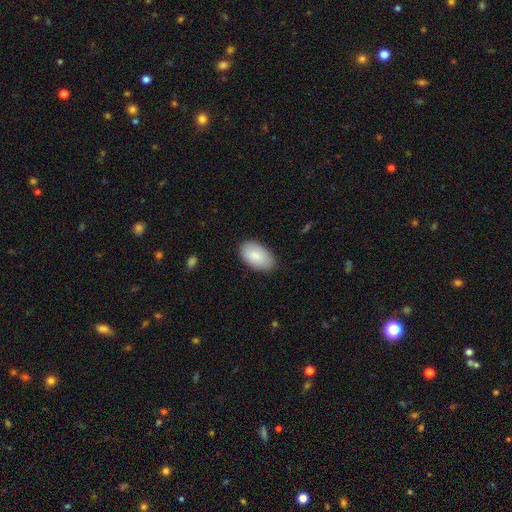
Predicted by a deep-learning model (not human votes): Smooth or featured? Predicted: smooth (p=0.86). How rounded? Predicted: in between (p=0.95). Merging? Predicted: none (p=0.81).